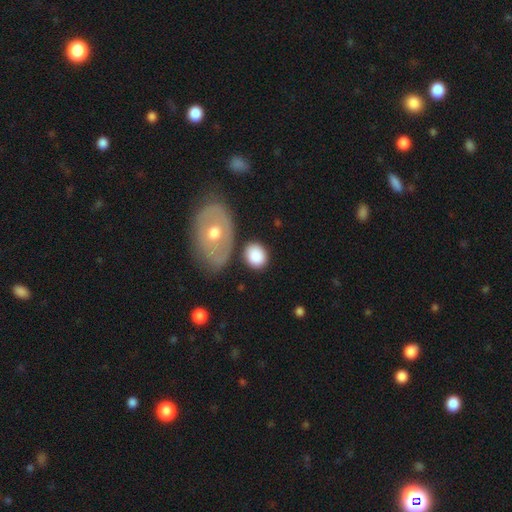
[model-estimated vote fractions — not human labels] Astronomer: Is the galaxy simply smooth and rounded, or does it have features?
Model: smooth — 84%.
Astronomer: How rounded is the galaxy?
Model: in between — 56% (runner-up: round, 42%).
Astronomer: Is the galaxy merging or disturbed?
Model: none — 69%.